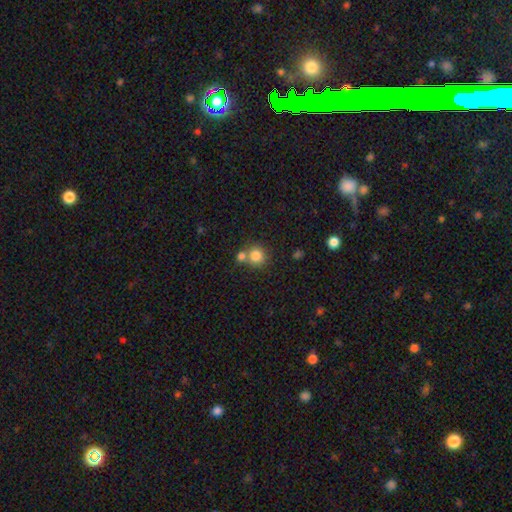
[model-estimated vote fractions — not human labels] A smooth galaxy with no disk features (82%) that is round (88%).

Vote fractions:
- Smooth or featured? smooth: 82% / star or artifact: 10% / featured or disk: 8%
- How rounded? round: 88% / in between: 11% / cigar-shaped: 1%
- Merging? none: 56% / merger: 32% / minor disturbance: 8% / major disturbance: 3%